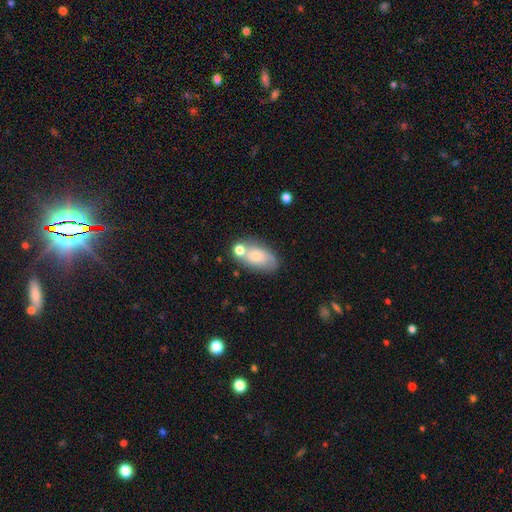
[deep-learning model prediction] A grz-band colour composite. It shows a smooth galaxy with no disk features (55%) that is in between round and cigar-shaped (87%). Merging: none (49%).